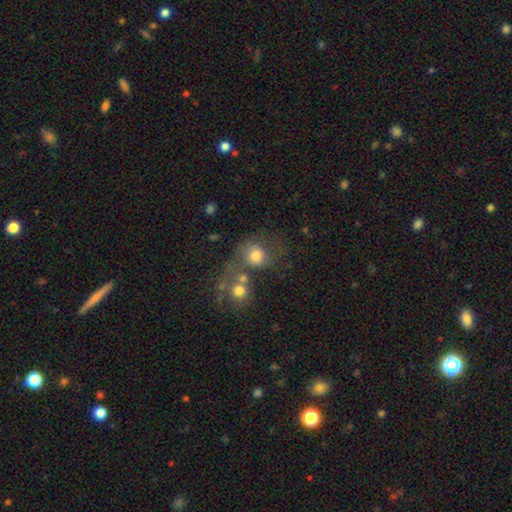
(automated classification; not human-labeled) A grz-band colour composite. It shows a smooth galaxy with no disk features (66%) that is round (68%). Merging: none (36%).